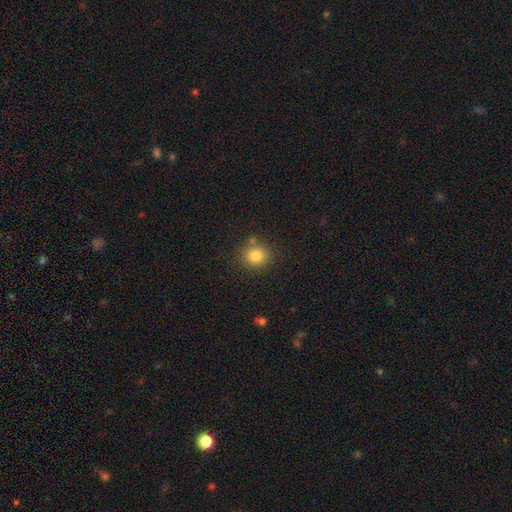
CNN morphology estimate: Smooth or featured? Predicted: smooth (p=0.81). How rounded? Predicted: round (p=0.85). Merging? Predicted: none (p=0.80).